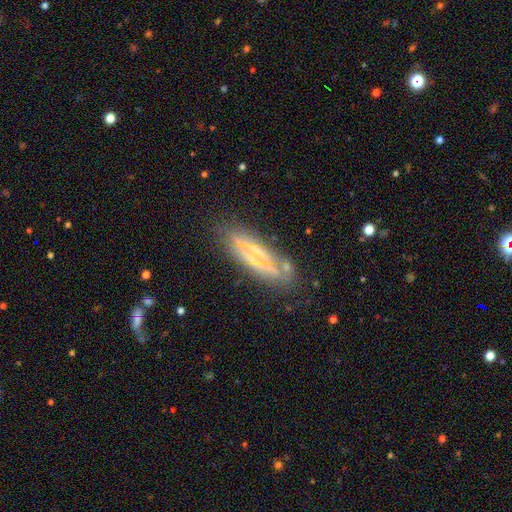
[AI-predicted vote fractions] Smooth or featured? Predicted: featured or disk (p=0.57). Edge-on disk? Predicted: no (p=0.57). Merging? Predicted: none (p=0.69).